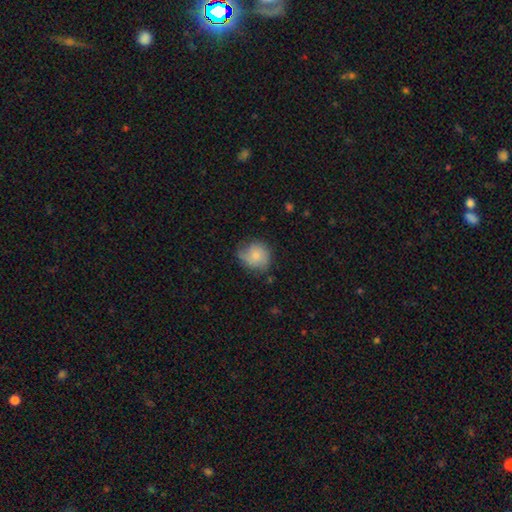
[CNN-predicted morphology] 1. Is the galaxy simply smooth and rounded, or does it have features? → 68% smooth, 24% featured or disk, 8% star or artifact.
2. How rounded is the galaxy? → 82% round, 17% in between, 1% cigar-shaped.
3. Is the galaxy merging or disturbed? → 58% none, 30% minor disturbance, 10% major disturbance, 2% merger.